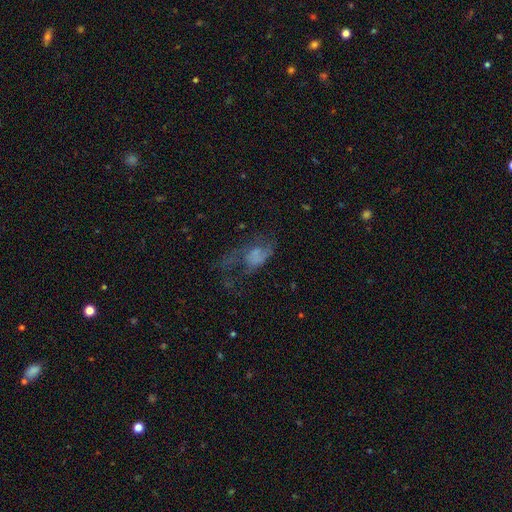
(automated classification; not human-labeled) A featured or disk galaxy (42%, tied with smooth).

Vote fractions:
- Smooth or featured? featured or disk: 42% (tied) / smooth: 42% (tied) / star or artifact: 16%
- Merging? major disturbance: 60% / none: 20% / minor disturbance: 15% / merger: 6%